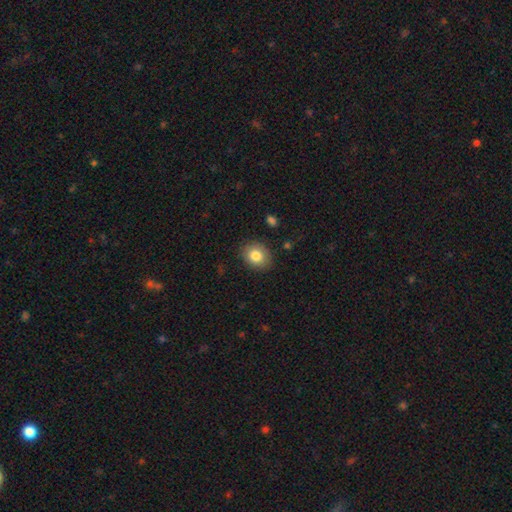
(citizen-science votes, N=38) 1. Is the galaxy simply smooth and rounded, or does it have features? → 82% smooth, 11% featured or disk, 8% star or artifact.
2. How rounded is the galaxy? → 58% in between, 42% round, 0% cigar-shaped.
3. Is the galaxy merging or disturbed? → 89% none, 6% major disturbance, 3% minor disturbance, 3% merger.